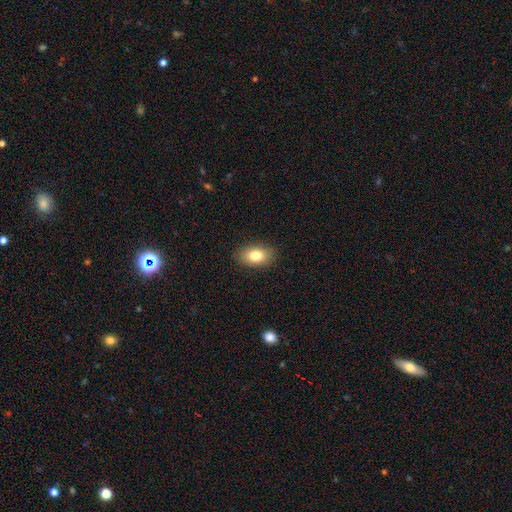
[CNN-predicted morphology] This appears to be a smooth galaxy with no disk features (82%) that is in between round and cigar-shaped (88%). Merging: none (88%).